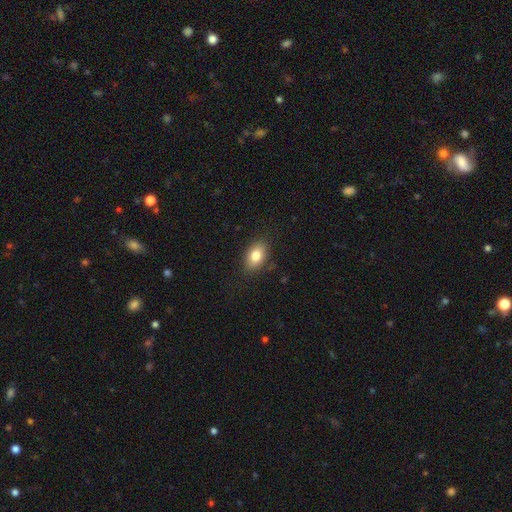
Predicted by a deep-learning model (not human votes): Morphology: type=smooth (81%); roundness=in between (86%); merging=none (84%).